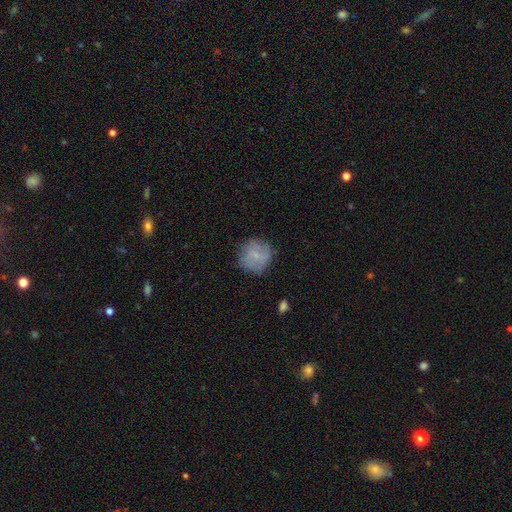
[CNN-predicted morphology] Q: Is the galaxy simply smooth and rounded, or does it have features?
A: smooth — 64%.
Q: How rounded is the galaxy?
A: round — 90%.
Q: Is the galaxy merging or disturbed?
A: none — 73%.